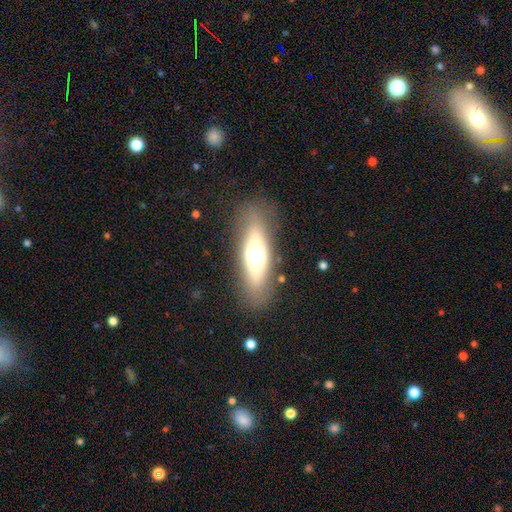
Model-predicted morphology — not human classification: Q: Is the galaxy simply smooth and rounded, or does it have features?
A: smooth — 56%.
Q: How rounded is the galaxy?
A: in between — 52%.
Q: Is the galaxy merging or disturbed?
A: none — 82%.